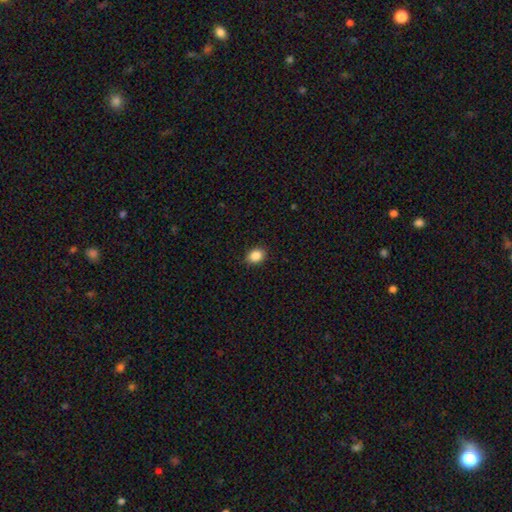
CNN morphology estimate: smooth_or_featured: smooth (p=0.87) [alt: star or artifact p=0.09]
how_rounded: in between (p=0.52) [alt: round p=0.47]
merging: none (p=0.89) [alt: minor disturbance p=0.08]